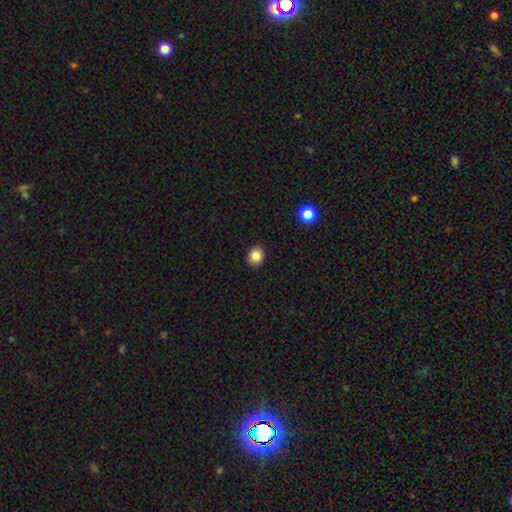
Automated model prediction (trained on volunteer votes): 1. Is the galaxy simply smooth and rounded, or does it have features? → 86% smooth, 10% star or artifact, 5% featured or disk.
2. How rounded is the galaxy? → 64% round, 35% in between, 1% cigar-shaped.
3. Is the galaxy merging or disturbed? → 91% none, 7% minor disturbance, 2% major disturbance, 1% merger.